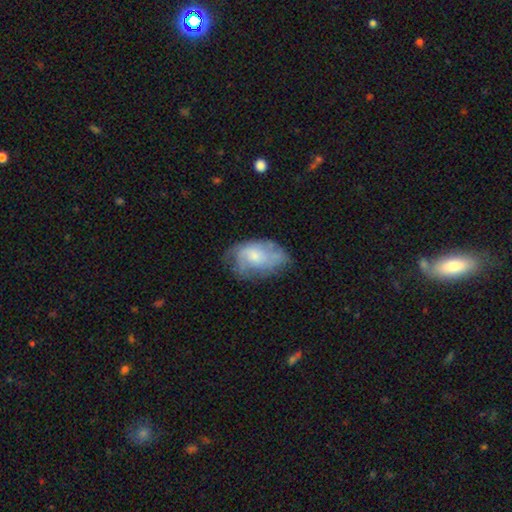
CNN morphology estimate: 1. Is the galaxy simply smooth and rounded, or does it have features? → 57% featured or disk, 35% smooth, 7% star or artifact.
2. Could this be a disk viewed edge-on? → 96% no, 4% yes.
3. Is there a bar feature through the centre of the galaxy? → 68% no, 28% weak, 4% strong.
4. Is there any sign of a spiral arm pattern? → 74% yes, 26% no.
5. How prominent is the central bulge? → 52% small, 35% moderate, 8% none, 4% large, 1% dominant.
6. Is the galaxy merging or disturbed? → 51% none, 30% minor disturbance, 17% major disturbance, 2% merger.